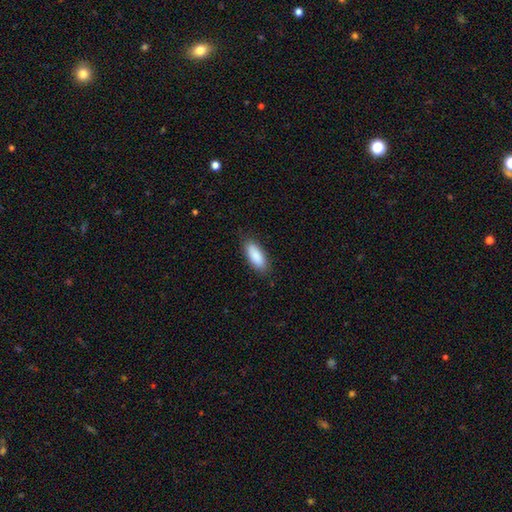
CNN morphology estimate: type=smooth (89%); roundness=in between (78%); merging=none (85%).